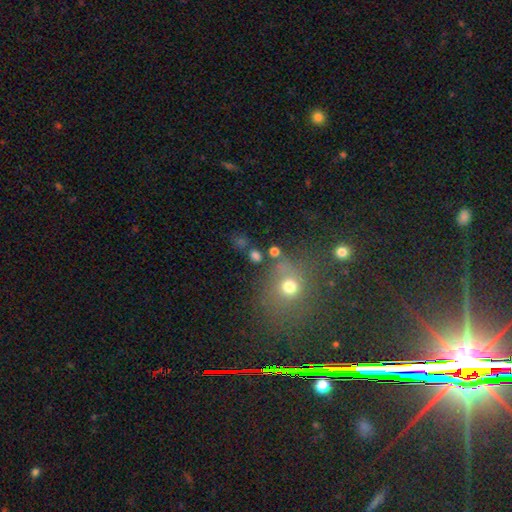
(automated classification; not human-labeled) A smooth galaxy with no disk features (68%) that is round (70%).

Vote fractions:
- Smooth or featured? smooth: 68% / star or artifact: 23% / featured or disk: 10%
- How rounded? round: 70% / in between: 28% / cigar-shaped: 2%
- Merging? none: 68% / merger: 14% / minor disturbance: 11% / major disturbance: 7%